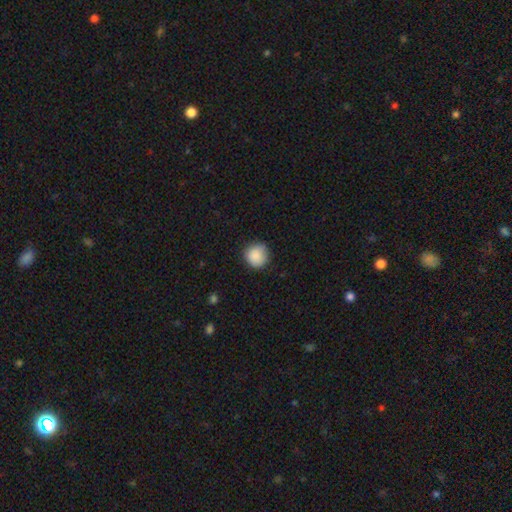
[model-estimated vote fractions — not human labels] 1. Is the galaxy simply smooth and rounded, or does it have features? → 89% smooth, 8% star or artifact, 3% featured or disk.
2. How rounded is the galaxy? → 93% round, 6% in between, 1% cigar-shaped.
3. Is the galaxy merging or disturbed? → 84% none, 12% minor disturbance, 2% major disturbance, 1% merger.